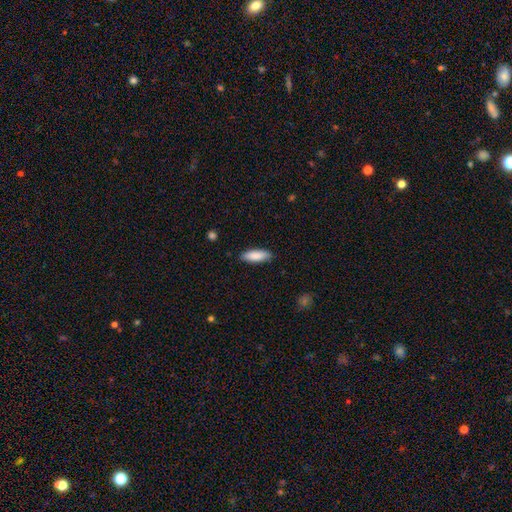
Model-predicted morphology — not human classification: smooth-or-featured: smooth: 88% | featured or disk: 6% | star or artifact: 6%
  how-rounded: in between: 59% | cigar-shaped: 39% | round: 2%
  merging: none: 87% | minor disturbance: 10% | major disturbance: 2% | merger: 1%